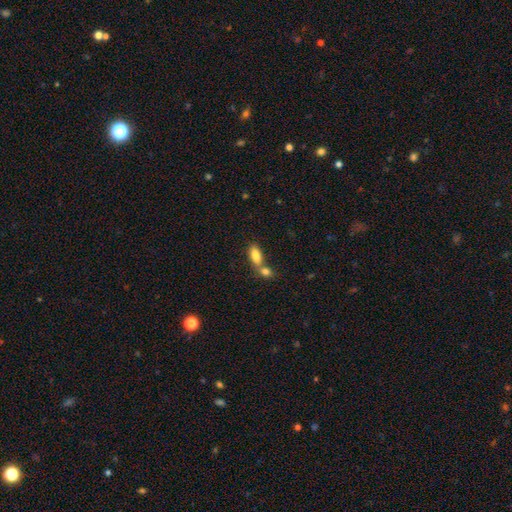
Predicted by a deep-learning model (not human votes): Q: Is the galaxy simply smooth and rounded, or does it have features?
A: smooth — 81%.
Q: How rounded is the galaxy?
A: in between — 83%.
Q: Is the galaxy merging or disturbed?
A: merger — 53%.